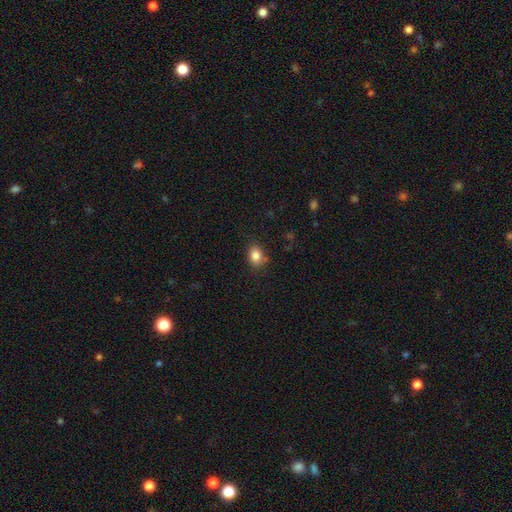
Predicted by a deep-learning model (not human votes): Q: Smooth or featured?
A: smooth (84%); runner-up: star or artifact (10%)
Q: How rounded?
A: in between (58%); runner-up: round (41%)
Q: Merging?
A: none (77%); runner-up: minor disturbance (16%)